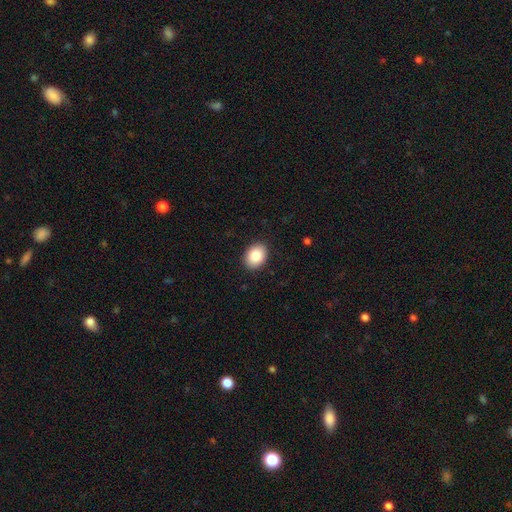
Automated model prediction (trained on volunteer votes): This appears to be a smooth galaxy with no disk features (86%) that is in between round and cigar-shaped (68%). Merging: none (89%).